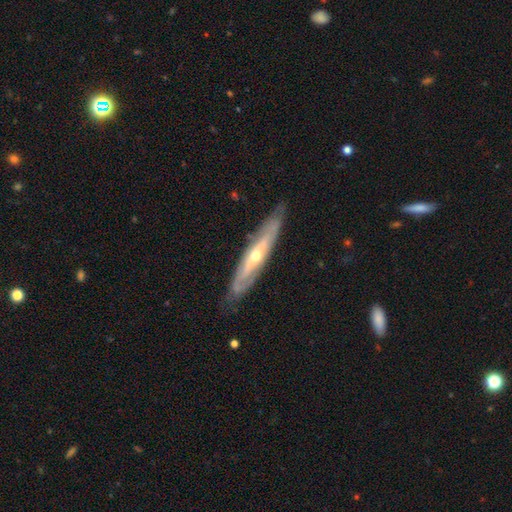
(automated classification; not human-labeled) This appears to be a featured or disk galaxy (75%) viewed edge-on (56%). Merging: none (79%).